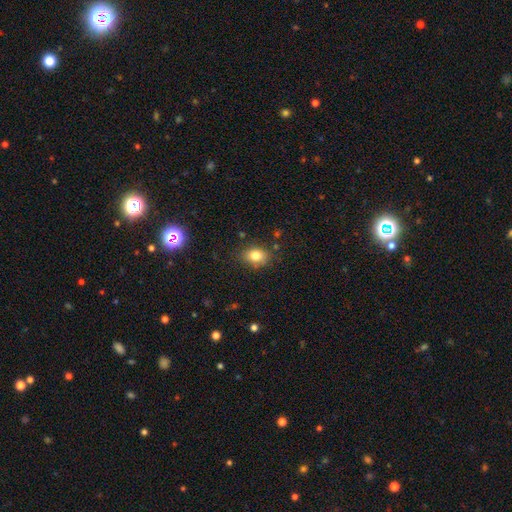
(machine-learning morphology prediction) smooth-or-featured: smooth: 81% | star or artifact: 11% | featured or disk: 8%
  how-rounded: in between: 63% | round: 36% | cigar-shaped: 1%
  merging: none: 79% | minor disturbance: 15% | major disturbance: 3% | merger: 3%